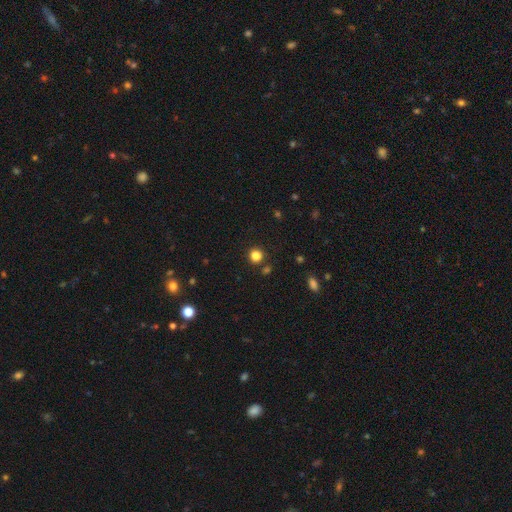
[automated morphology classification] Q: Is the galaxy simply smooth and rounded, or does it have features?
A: smooth — 82%.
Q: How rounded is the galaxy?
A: round — 92%.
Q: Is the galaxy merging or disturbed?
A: none — 87%.